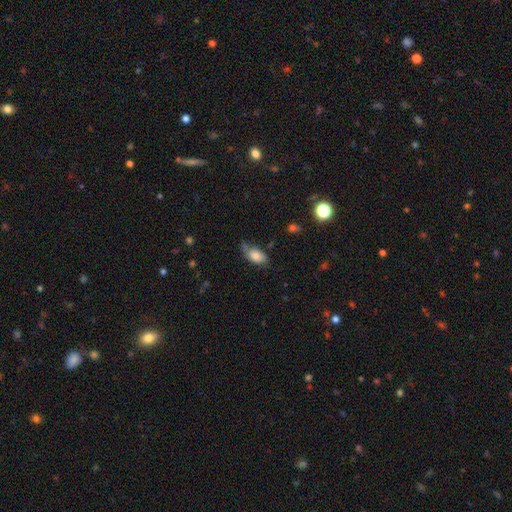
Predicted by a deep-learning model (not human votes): A smooth galaxy with no disk features (77%) that is in between round and cigar-shaped (91%). Merging: none (50%).